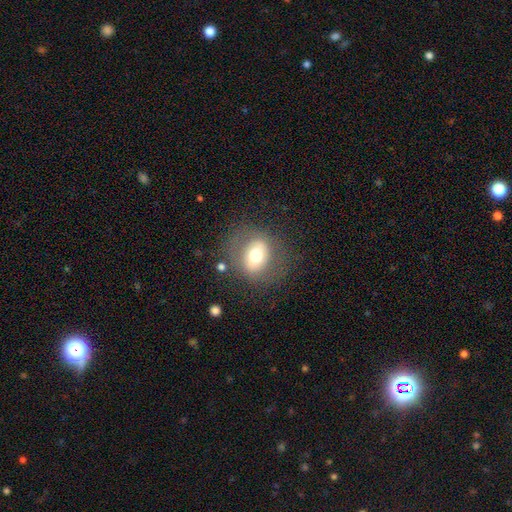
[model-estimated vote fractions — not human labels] Smooth or featured? Predicted: smooth (p=0.57). How rounded? Predicted: round (p=0.58). Merging? Predicted: none (p=0.74).